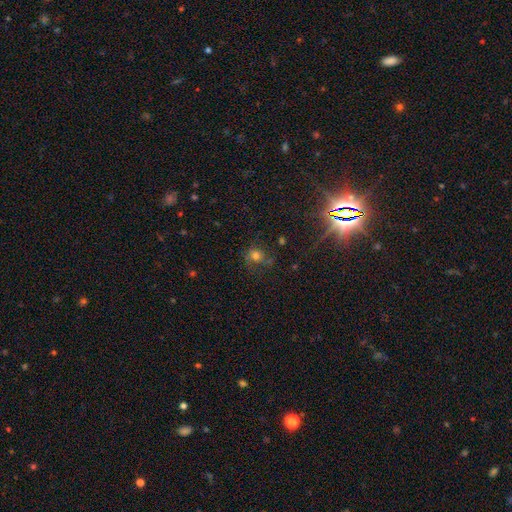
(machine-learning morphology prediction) This appears to be a smooth galaxy with no disk features (59%) that is round (71%). Merging: none (55%).